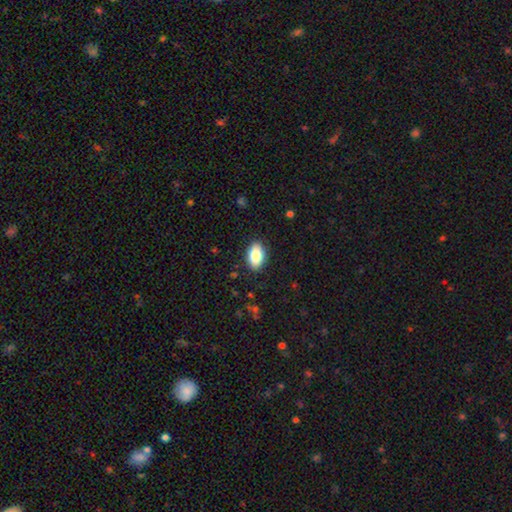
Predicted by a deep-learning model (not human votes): The model was most divided on "smooth or featured": smooth: 83%, featured or disk: 10%, star or artifact: 7%. More confident: how rounded — in between (91%); merging — none (88%).